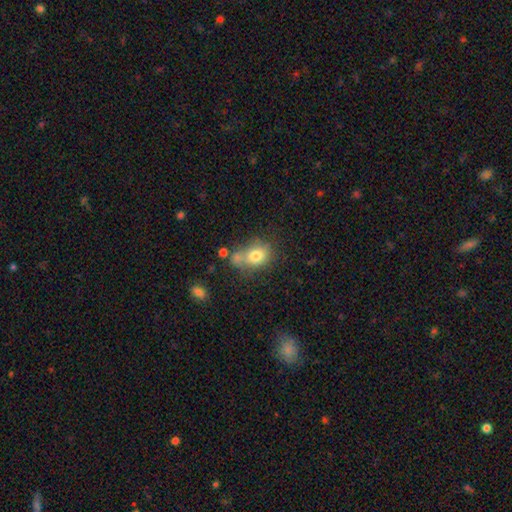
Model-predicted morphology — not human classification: Smooth or featured? smooth (77%)
How rounded? in between (62%)
Merging? none (43%)